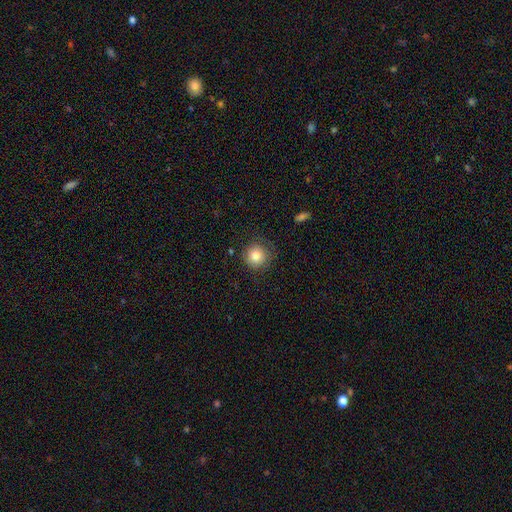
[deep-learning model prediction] This appears to be a smooth galaxy with no disk features (81%) that is round (93%). Merging: none (78%).